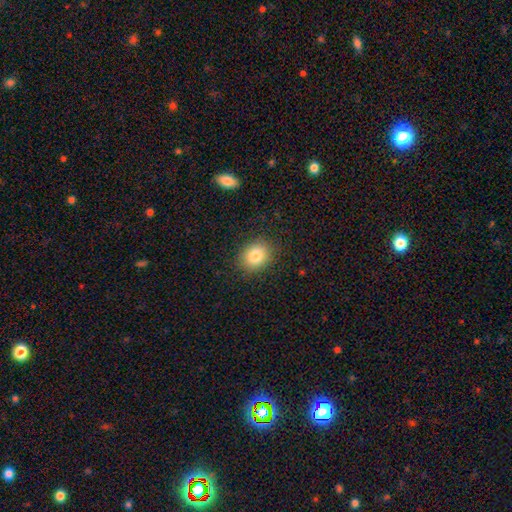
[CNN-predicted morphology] Q: Smooth or featured?
A: smooth (82%); runner-up: star or artifact (10%)
Q: How rounded?
A: round (60%); runner-up: in between (39%)
Q: Merging?
A: none (88%); runner-up: minor disturbance (9%)